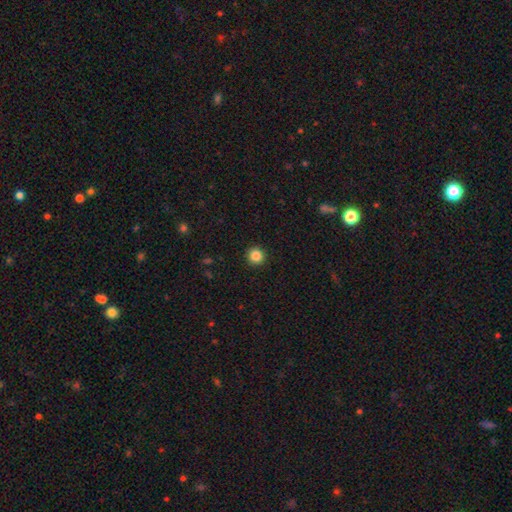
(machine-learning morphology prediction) A smooth galaxy with no disk features (85%) that is round (94%).

Vote fractions:
- Smooth or featured? smooth: 85% / star or artifact: 11% / featured or disk: 4%
- How rounded? round: 94% / in between: 5% / cigar-shaped: 1%
- Merging? none: 93% / minor disturbance: 4% / major disturbance: 2% / merger: 1%